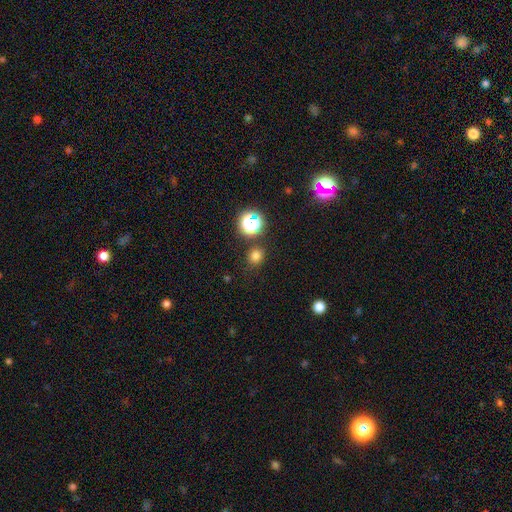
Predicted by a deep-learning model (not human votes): This is likely a smooth galaxy (73%). How rounded: clearly round (82%). Merging: clearly none (82%).